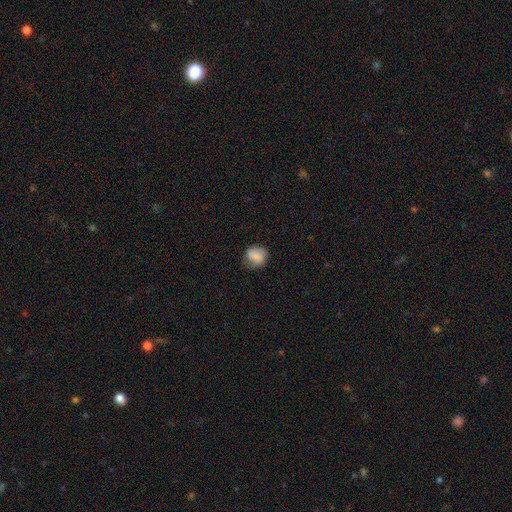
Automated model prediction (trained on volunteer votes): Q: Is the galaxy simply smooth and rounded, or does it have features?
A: smooth — 80%.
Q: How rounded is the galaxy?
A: round — 74%.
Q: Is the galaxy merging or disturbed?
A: none — 70%.